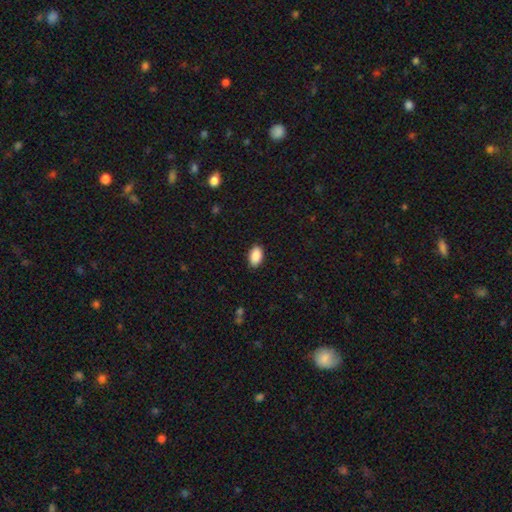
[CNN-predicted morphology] Overall: smooth (90%). How rounded: in between (93%). Merging: none (88%).